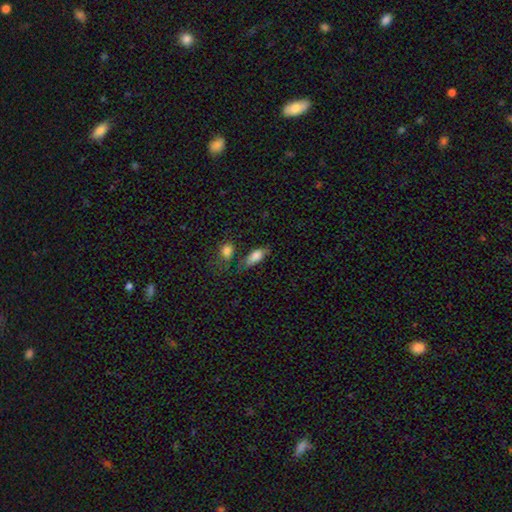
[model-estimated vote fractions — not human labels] Smooth or featured?
  - smooth: 80% *
  - featured or disk: 12%
  - star or artifact: 8%
How rounded?
  - in between: 81% *
  - cigar-shaped: 15%
  - round: 4%
Merging?
  - none: 58% *
  - minor disturbance: 22%
  - merger: 12%
  - major disturbance: 8%